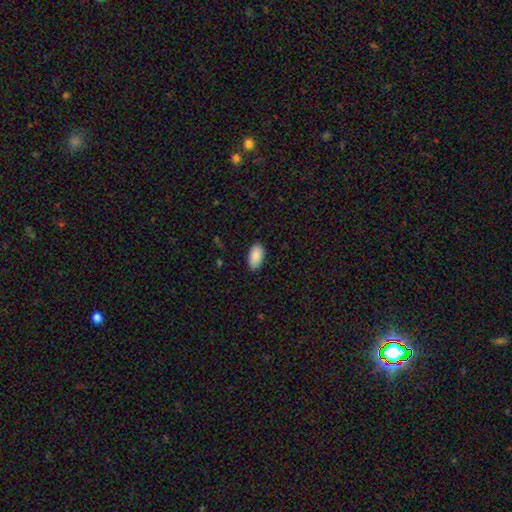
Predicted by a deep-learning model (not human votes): Smooth or featured? Predicted: smooth (p=0.90). How rounded? Predicted: in between (p=0.95). Merging? Predicted: none (p=0.88).